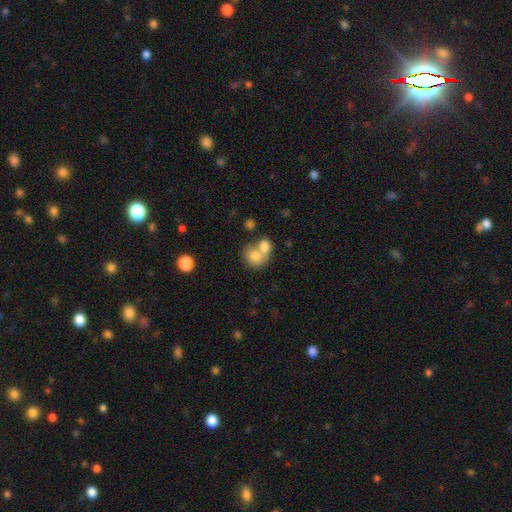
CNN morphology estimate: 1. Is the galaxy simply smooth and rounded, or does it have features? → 76% smooth, 15% featured or disk, 8% star or artifact.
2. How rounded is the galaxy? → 57% round, 41% in between, 1% cigar-shaped.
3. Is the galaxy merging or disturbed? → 67% merger, 23% none, 7% minor disturbance, 4% major disturbance.